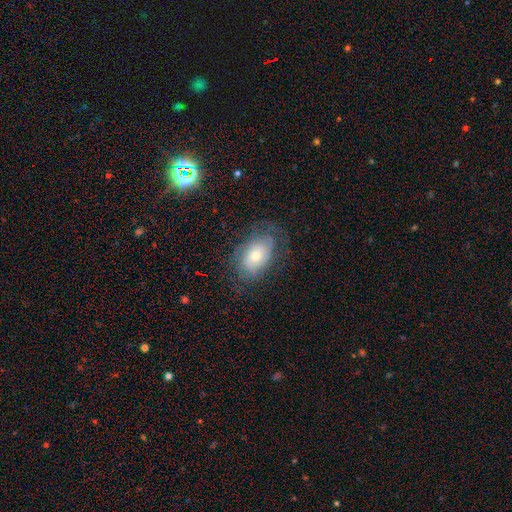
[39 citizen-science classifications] Overall: smooth (51%; featured or disk 38%). How rounded: in between (90%). Merging: none (66%).